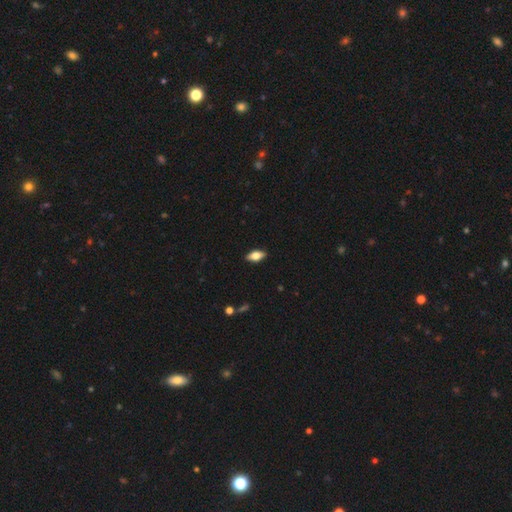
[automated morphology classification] Smooth or featured?
  - smooth: 66% *
  - featured or disk: 26%
  - star or artifact: 7%
How rounded?
  - in between: 85% *
  - cigar-shaped: 12%
  - round: 4%
Merging?
  - none: 89% *
  - minor disturbance: 8%
  - major disturbance: 2%
  - merger: 1%